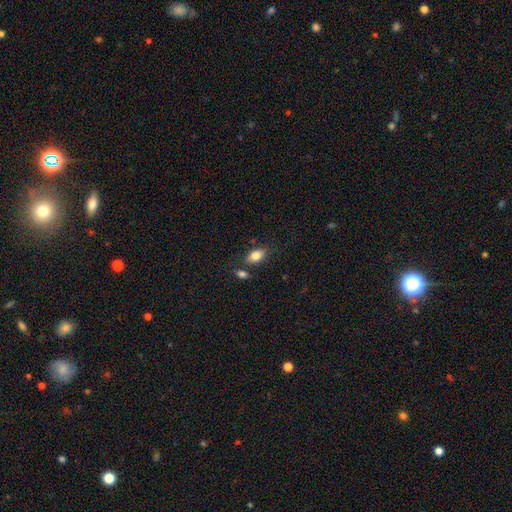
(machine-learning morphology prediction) type=smooth (82%); roundness=in between (89%); merging=none (73%).